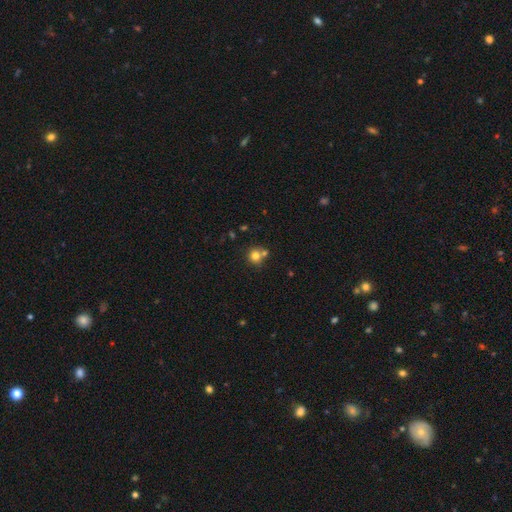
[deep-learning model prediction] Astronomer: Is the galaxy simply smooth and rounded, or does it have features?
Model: smooth — 77%.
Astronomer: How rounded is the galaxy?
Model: round — 89%.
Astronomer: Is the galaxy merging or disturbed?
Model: none — 59%.